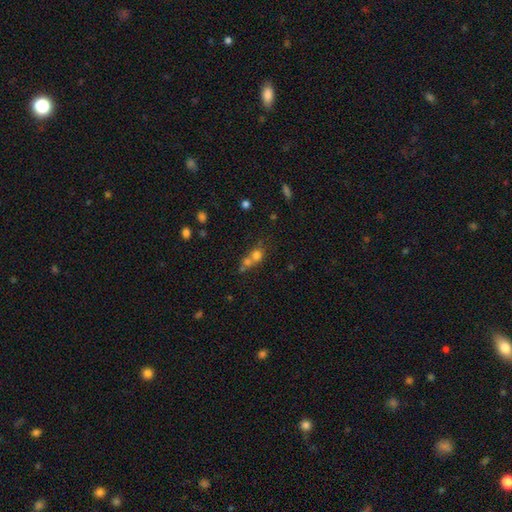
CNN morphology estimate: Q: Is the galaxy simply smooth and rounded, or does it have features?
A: smooth — 64%.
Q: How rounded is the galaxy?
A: round — 74%.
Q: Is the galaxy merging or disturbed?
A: merger — 53%.